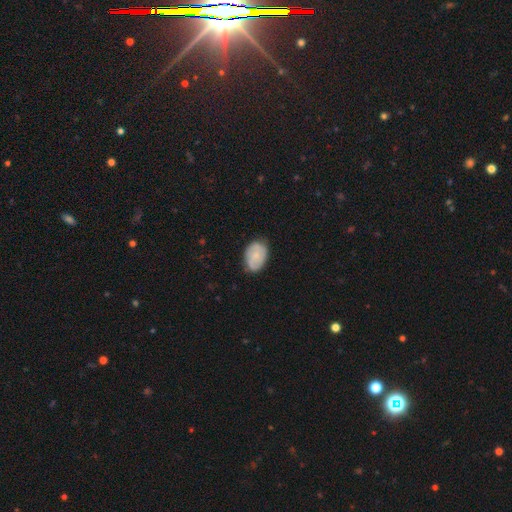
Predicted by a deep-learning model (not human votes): Overall: smooth (58%; featured or disk 35%). How rounded: in between (82%). Merging: none (76%).